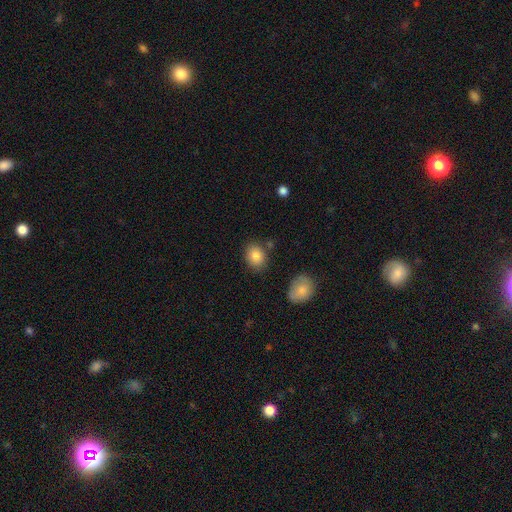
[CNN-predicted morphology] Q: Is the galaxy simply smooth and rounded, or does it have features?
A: smooth — 84%.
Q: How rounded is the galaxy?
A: in between — 51%.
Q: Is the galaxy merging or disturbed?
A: none — 80%.